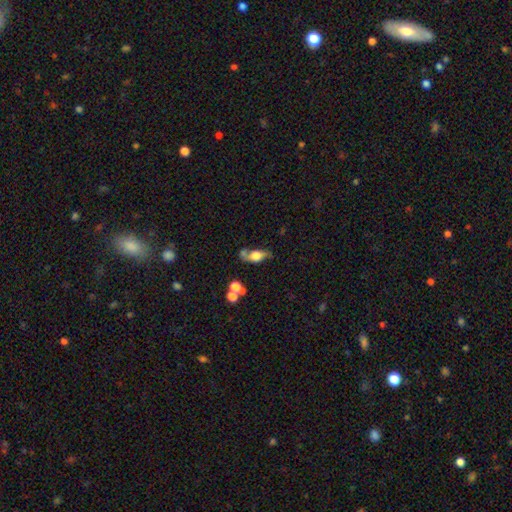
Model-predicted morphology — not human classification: smooth-or-featured: smooth: 46% | featured or disk: 44% | star or artifact: 10%
  merging: none: 49% | minor disturbance: 22% | merger: 17% | major disturbance: 12%